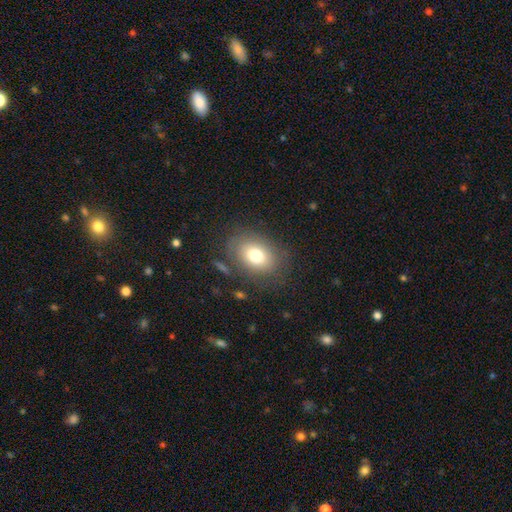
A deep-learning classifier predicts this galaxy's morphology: Smooth or featured: smooth — 74% (featured or disk — 16%)
How rounded: in between — 70% (round — 29%)
Merging: none — 79% (minor disturbance — 13%)